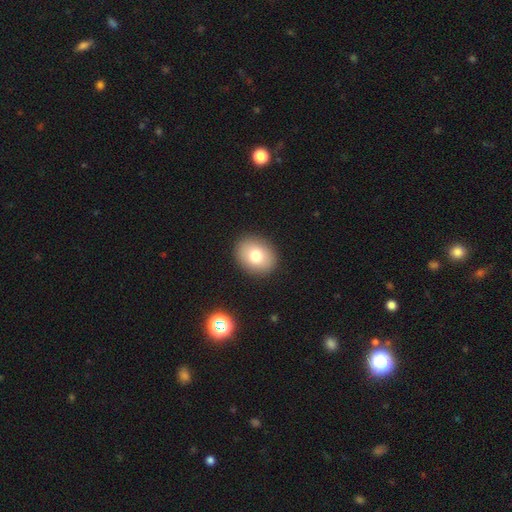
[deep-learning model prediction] A smooth galaxy with no disk features (76%) that is round (52%).

Vote fractions:
- Smooth or featured? smooth: 76% / featured or disk: 14% / star or artifact: 10%
- How rounded? round: 52% / in between: 47% / cigar-shaped: 1%
- Merging? none: 91% / minor disturbance: 6% / major disturbance: 2% / merger: 1%